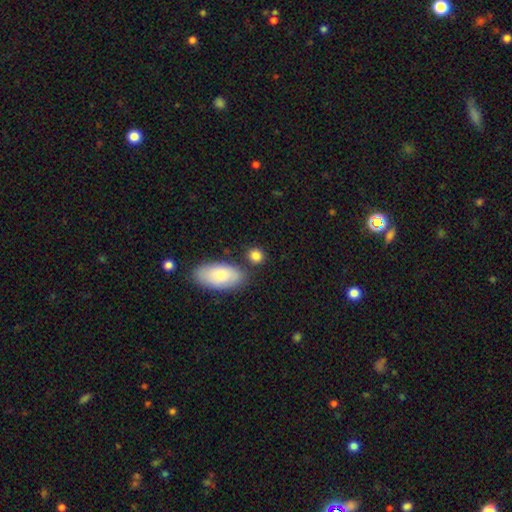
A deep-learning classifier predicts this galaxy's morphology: smooth-or-featured: smooth: 85% | star or artifact: 8% | featured or disk: 6%
  how-rounded: round: 69% | in between: 29% | cigar-shaped: 3%
  merging: none: 74% | merger: 11% | minor disturbance: 11% | major disturbance: 4%